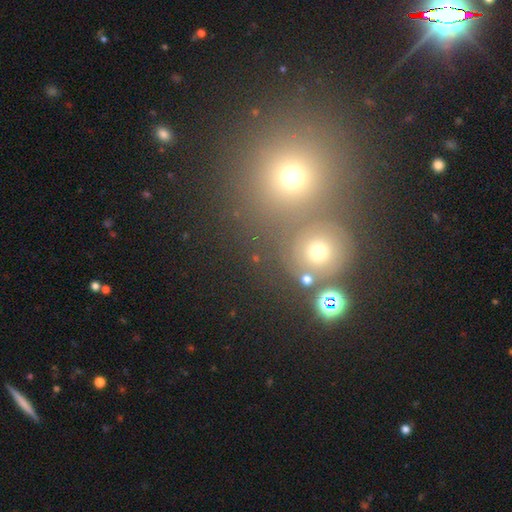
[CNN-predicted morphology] Smooth or featured? Predicted: smooth (p=0.50). Merging? Predicted: none (p=0.63).